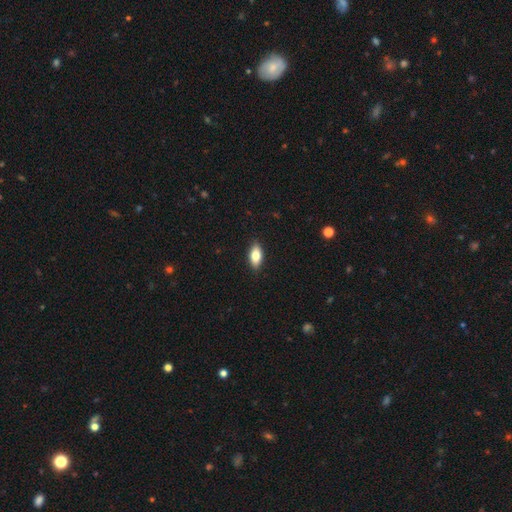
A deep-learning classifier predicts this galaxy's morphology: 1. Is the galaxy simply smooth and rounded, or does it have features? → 80% smooth, 13% featured or disk, 7% star or artifact.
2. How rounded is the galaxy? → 88% in between, 8% cigar-shaped, 4% round.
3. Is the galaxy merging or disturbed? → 89% none, 8% minor disturbance, 2% major disturbance, 1% merger.